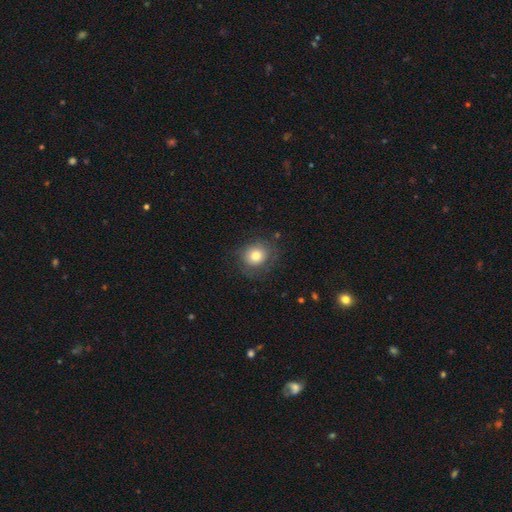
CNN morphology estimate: Smooth or featured?
  - smooth: 75% *
  - featured or disk: 15%
  - star or artifact: 10%
How rounded?
  - round: 80% *
  - in between: 19%
  - cigar-shaped: 1%
Merging?
  - none: 73% *
  - minor disturbance: 17%
  - major disturbance: 8%
  - merger: 1%